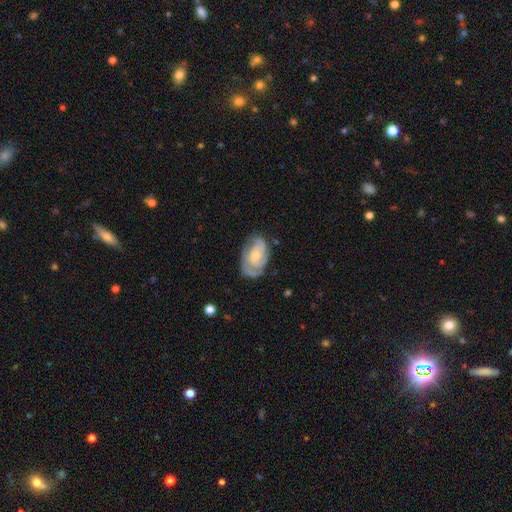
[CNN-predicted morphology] Q: Smooth or featured?
A: featured or disk (78%); runner-up: smooth (17%)
Q: Edge-on disk?
A: no (97%); runner-up: yes (3%)
Q: Bar?
A: no (69%); runner-up: weak (26%)
Q: Spiral arms?
A: yes (92%); runner-up: no (8%)
Q: Spiral winding?
A: tight (57%); runner-up: medium (34%)
Q: Spiral arm count?
A: 2 (47%); runner-up: can't tell (24%)
Q: Bulge size?
A: small (52%); runner-up: moderate (41%)
Q: Merging?
A: none (65%); runner-up: minor disturbance (24%)